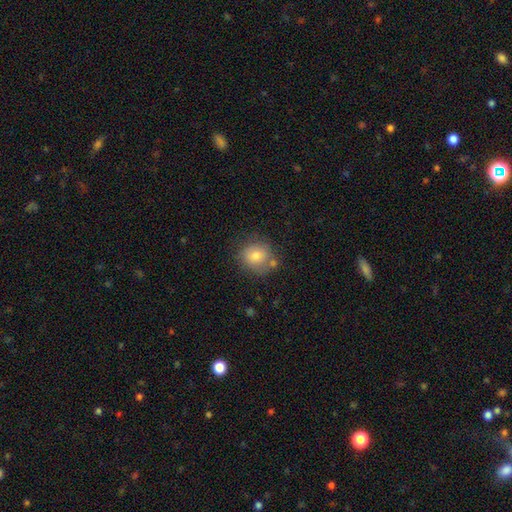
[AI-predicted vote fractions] Smooth or featured? Predicted: smooth (p=0.75). How rounded? Predicted: round (p=0.82). Merging? Predicted: none (p=0.69).